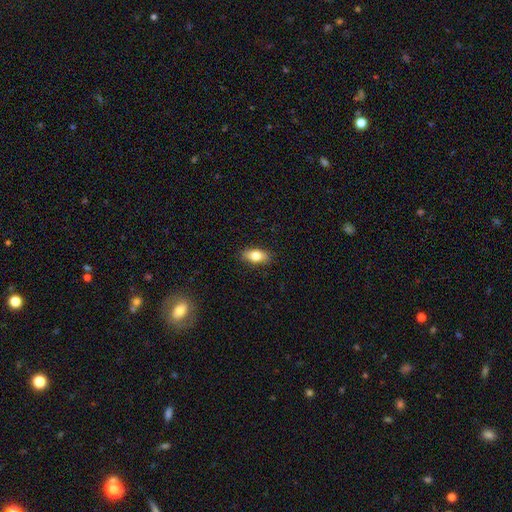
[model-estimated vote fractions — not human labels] Smooth or featured? Predicted: smooth (p=0.79). How rounded? Predicted: in between (p=0.86). Merging? Predicted: none (p=0.88).